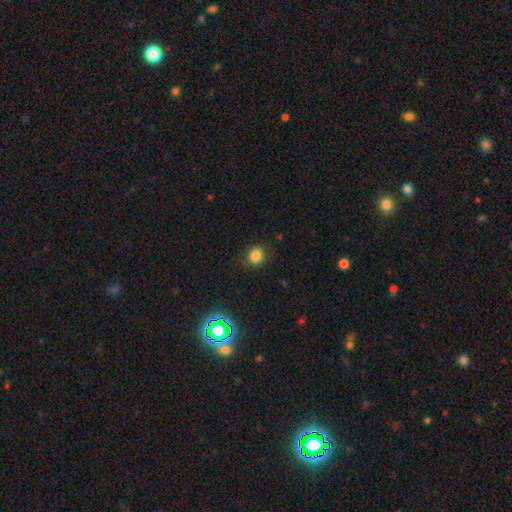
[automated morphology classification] Smooth or featured? smooth (80%)
How rounded? round (77%)
Merging? none (83%)